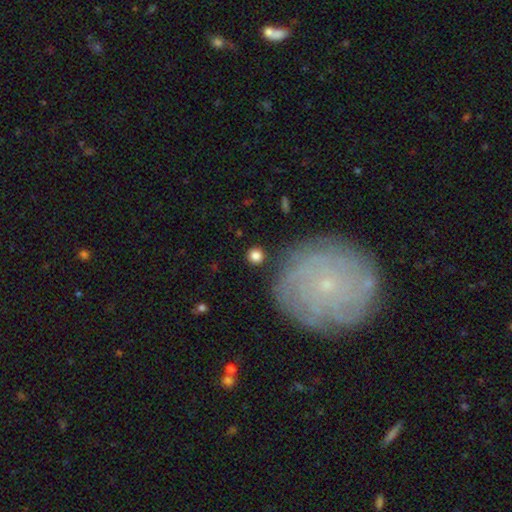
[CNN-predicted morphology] smooth-or-featured: smooth: 82% | star or artifact: 10% | featured or disk: 7%
  how-rounded: round: 93% | in between: 6% | cigar-shaped: 1%
  merging: none: 90% | minor disturbance: 5% | major disturbance: 3% | merger: 2%